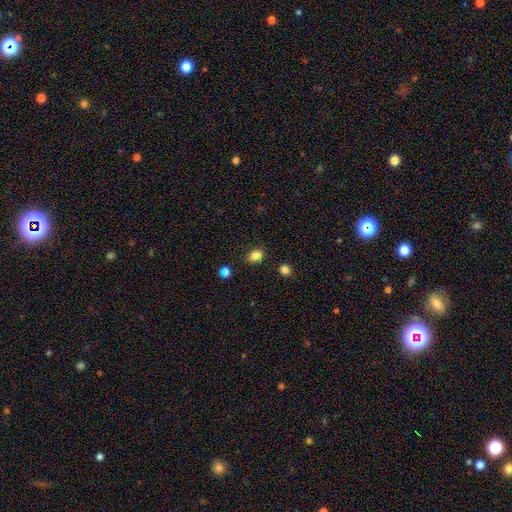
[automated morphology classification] type=smooth (84%); roundness=in between (73%); merging=none (85%).